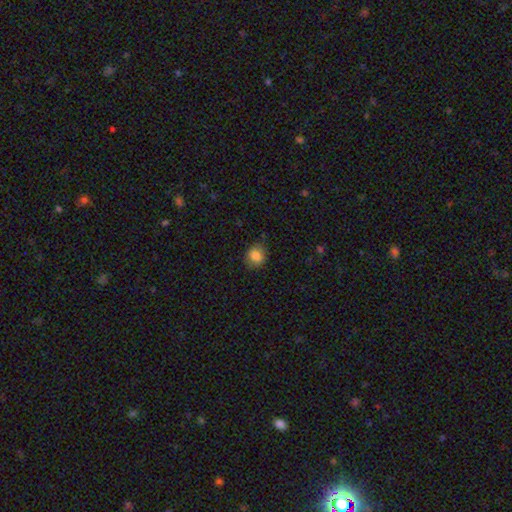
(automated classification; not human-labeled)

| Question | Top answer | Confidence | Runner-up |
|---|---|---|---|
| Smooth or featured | smooth | 84% | star or artifact (10%) |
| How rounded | round | 72% | in between (27%) |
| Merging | none | 81% | minor disturbance (15%) |